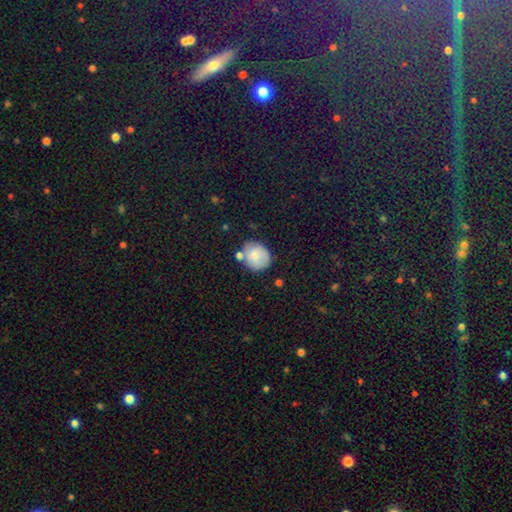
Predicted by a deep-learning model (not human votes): Smooth or featured: smooth — 76% (featured or disk — 16%)
How rounded: round — 73% (in between — 26%)
Merging: none — 65% (minor disturbance — 19%)